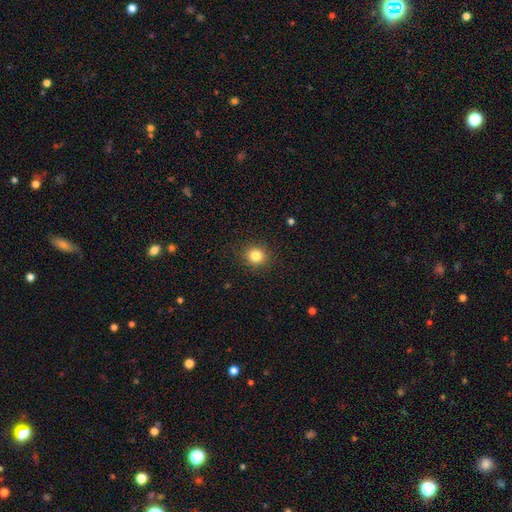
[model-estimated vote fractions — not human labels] This appears to be a smooth galaxy with no disk features (83%) that is round (88%). Merging: none (90%).